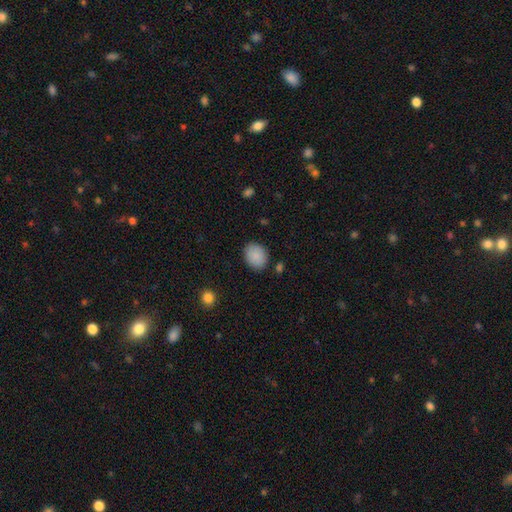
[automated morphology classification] A smooth galaxy with no disk features (89%) that is in between round and cigar-shaped (54%).

Vote fractions:
- Smooth or featured? smooth: 89% / star or artifact: 7% / featured or disk: 4%
- How rounded? in between: 54% / round: 45% / cigar-shaped: 1%
- Merging? none: 86% / minor disturbance: 10% / major disturbance: 3% / merger: 2%